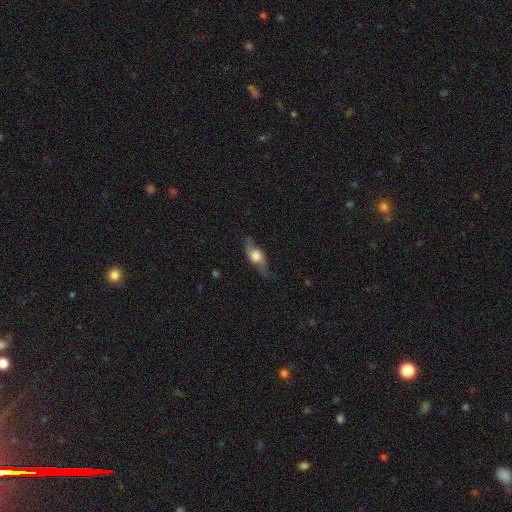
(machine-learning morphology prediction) A featured or disk galaxy (47%). Merging: none (71%).